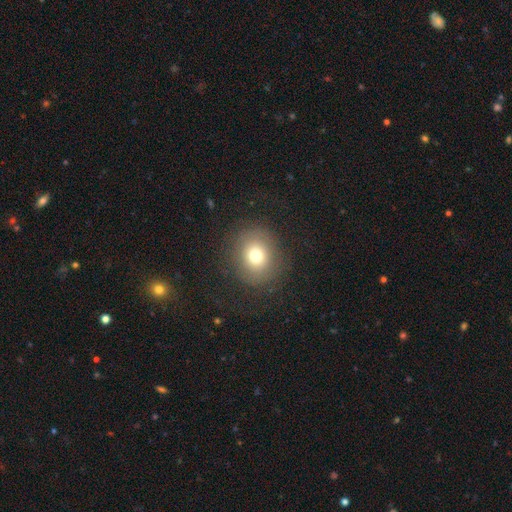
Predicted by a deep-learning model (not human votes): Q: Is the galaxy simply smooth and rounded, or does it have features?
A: smooth — 72%.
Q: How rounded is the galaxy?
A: round — 79%.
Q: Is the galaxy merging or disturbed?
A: none — 82%.